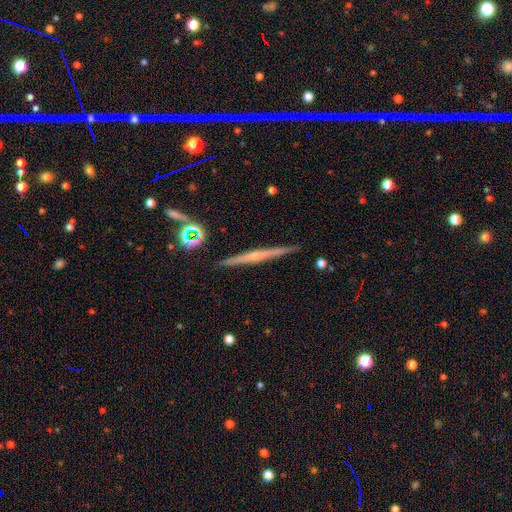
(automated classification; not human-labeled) Smooth or featured? featured or disk (66%)
Edge-on disk? yes (98%)
Edge-on bulge? none (48%)
Merging? none (90%)